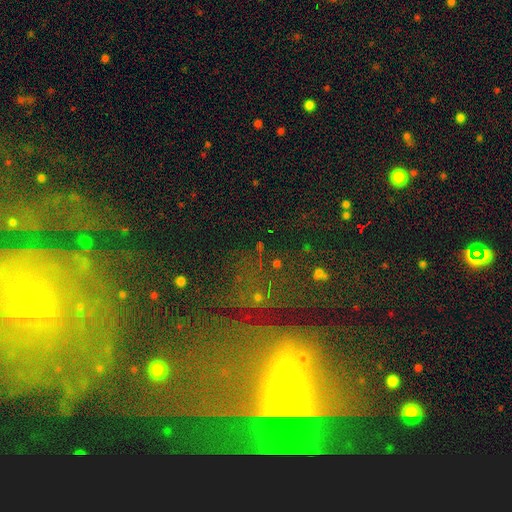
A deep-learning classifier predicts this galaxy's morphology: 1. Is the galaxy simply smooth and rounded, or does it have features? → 58% featured or disk, 26% star or artifact, 15% smooth.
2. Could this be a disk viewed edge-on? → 85% no, 15% yes.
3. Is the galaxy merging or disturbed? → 39% none, 27% major disturbance, 21% merger, 14% minor disturbance.